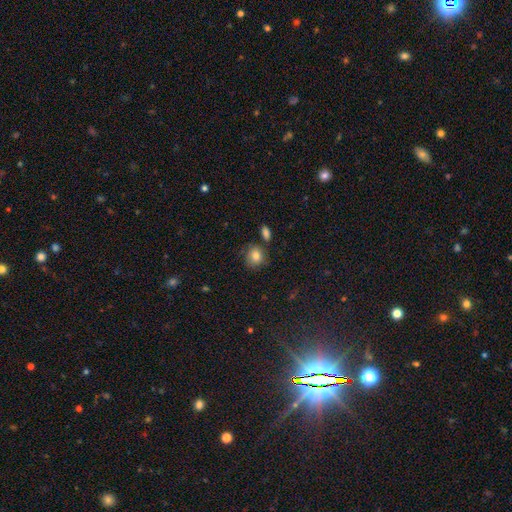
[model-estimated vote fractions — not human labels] Smooth or featured: smooth — 81% (star or artifact — 10%)
How rounded: round — 77% (in between — 22%)
Merging: none — 72% (minor disturbance — 16%)